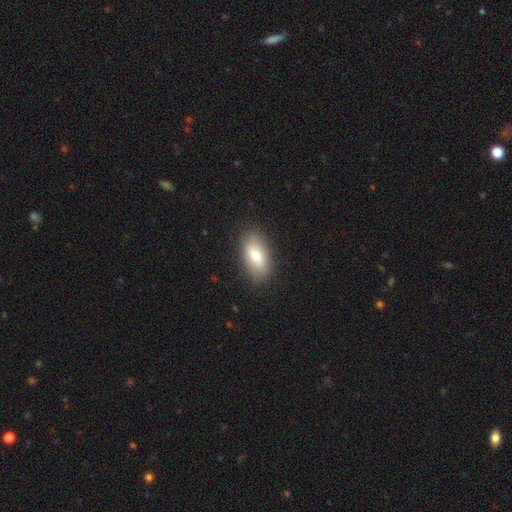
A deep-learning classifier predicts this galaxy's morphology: type=smooth (75%); roundness=in between (91%); merging=none (87%).